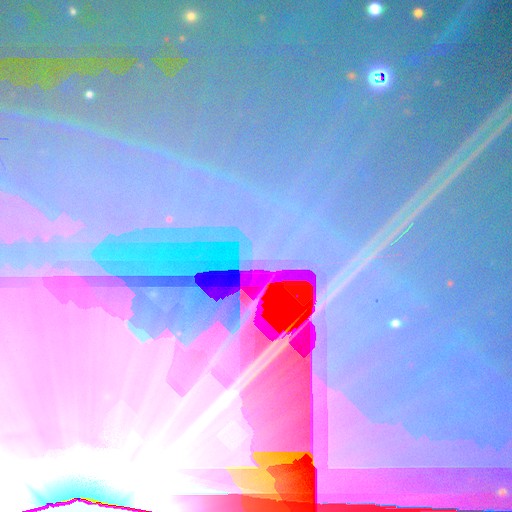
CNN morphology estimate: Q: Smooth or featured?
A: star or artifact (84%); runner-up: featured or disk (9%)